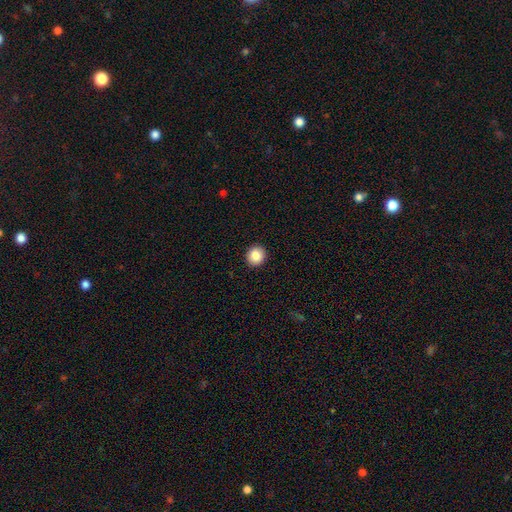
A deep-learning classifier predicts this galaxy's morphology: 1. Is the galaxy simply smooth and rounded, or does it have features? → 86% smooth, 9% star or artifact, 5% featured or disk.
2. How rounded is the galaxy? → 87% round, 12% in between, 1% cigar-shaped.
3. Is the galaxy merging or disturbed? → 93% none, 5% minor disturbance, 2% major disturbance, 1% merger.